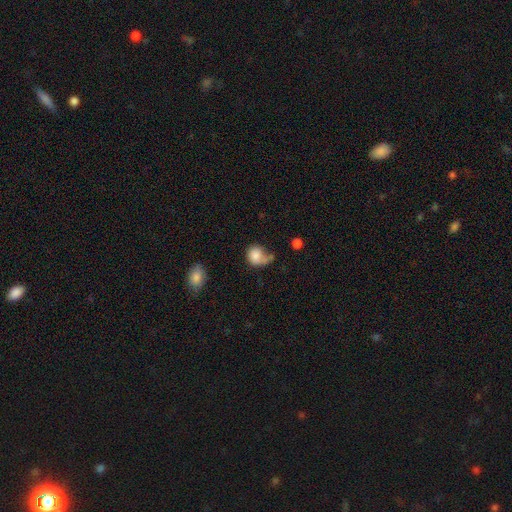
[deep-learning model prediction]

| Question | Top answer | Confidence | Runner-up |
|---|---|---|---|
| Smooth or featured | smooth | 79% | featured or disk (13%) |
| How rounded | round | 65% | in between (34%) |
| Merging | none | 34% | major disturbance (25%) |